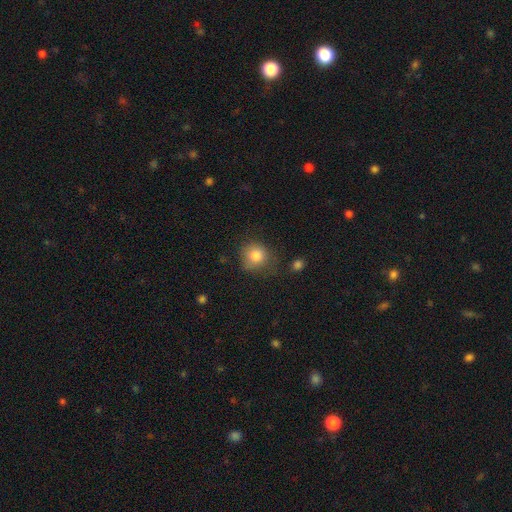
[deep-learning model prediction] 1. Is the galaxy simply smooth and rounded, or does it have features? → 82% smooth, 10% star or artifact, 8% featured or disk.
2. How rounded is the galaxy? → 84% round, 15% in between, 1% cigar-shaped.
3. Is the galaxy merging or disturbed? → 64% none, 24% minor disturbance, 9% major disturbance, 4% merger.